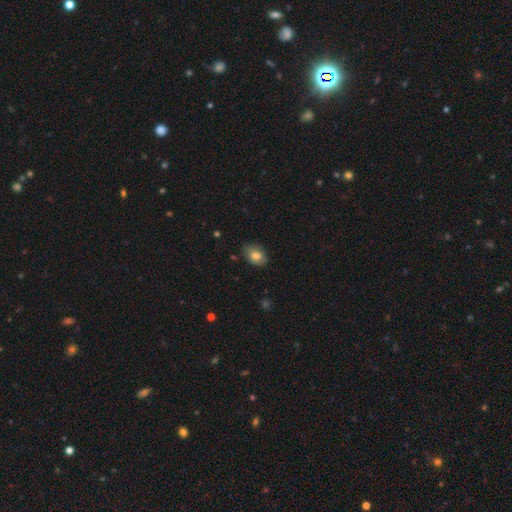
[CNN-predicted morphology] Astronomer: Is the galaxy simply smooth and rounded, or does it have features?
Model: smooth — 79%.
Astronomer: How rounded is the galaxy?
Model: in between — 79%.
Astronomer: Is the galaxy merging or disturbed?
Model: none — 80%.